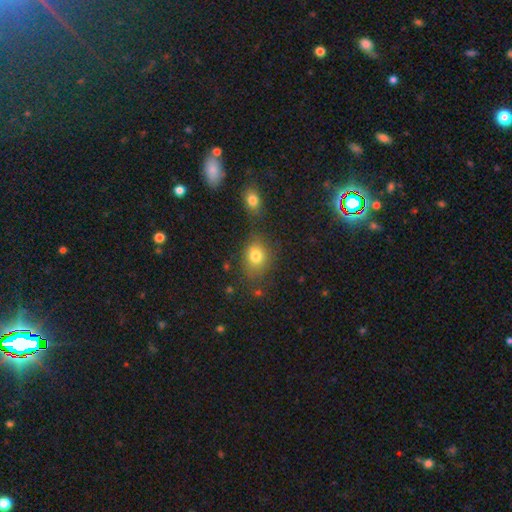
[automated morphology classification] type=smooth (78%); roundness=in between (51%); merging=none (68%).